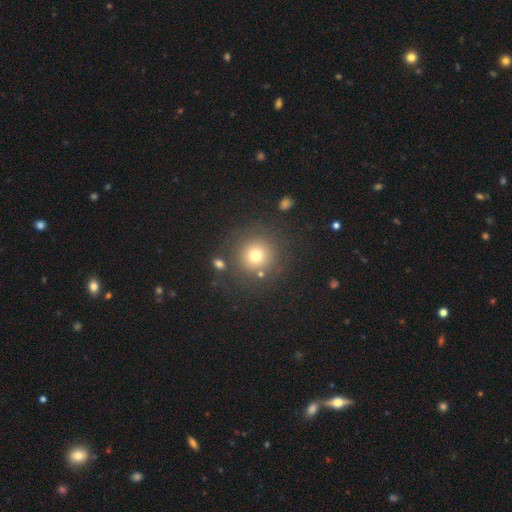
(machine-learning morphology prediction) This appears to be a smooth galaxy with no disk features (73%) that is round (93%). Merging: none (81%).